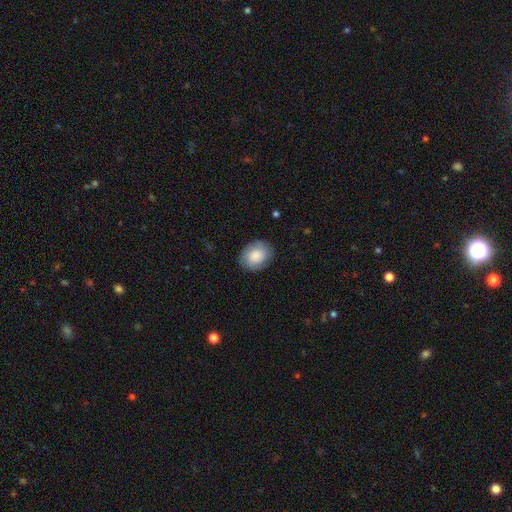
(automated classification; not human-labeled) smooth_or_featured: smooth (p=0.85) [alt: featured or disk p=0.09]
how_rounded: in between (p=0.50) [alt: round p=0.49]
merging: none (p=0.84) [alt: minor disturbance p=0.12]